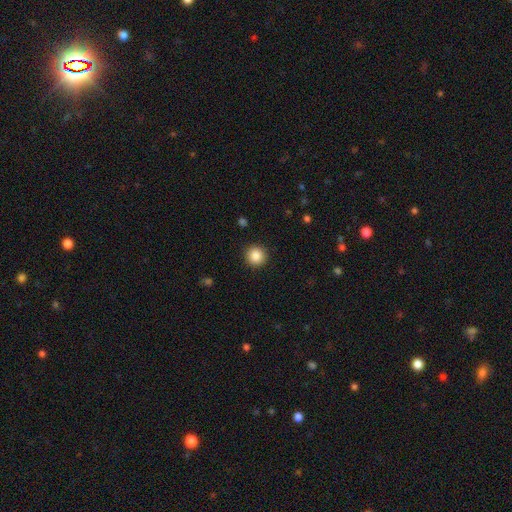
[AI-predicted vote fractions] A smooth galaxy with no disk features (87%) that is round (95%).

Vote fractions:
- Smooth or featured? smooth: 87% / star or artifact: 9% / featured or disk: 4%
- How rounded? round: 95% / in between: 4% / cigar-shaped: 1%
- Merging? none: 92% / minor disturbance: 5% / major disturbance: 2% / merger: 1%